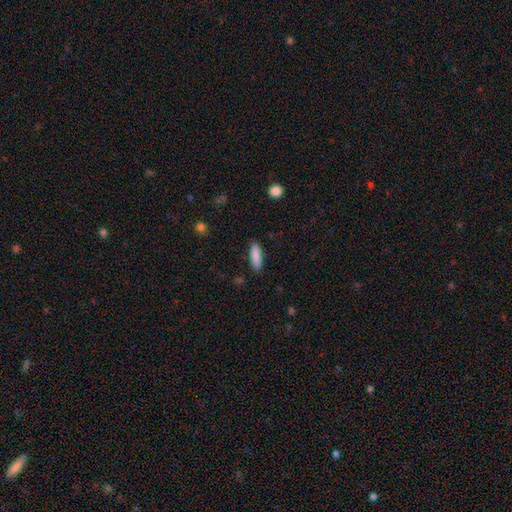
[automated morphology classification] A smooth galaxy with no disk features (88%) that is cigar-shaped (58%).

Vote fractions:
- Smooth or featured? smooth: 88% / star or artifact: 6% / featured or disk: 6%
- How rounded? cigar-shaped: 58% / in between: 40% / round: 2%
- Merging? none: 88% / minor disturbance: 9% / major disturbance: 2% / merger: 1%